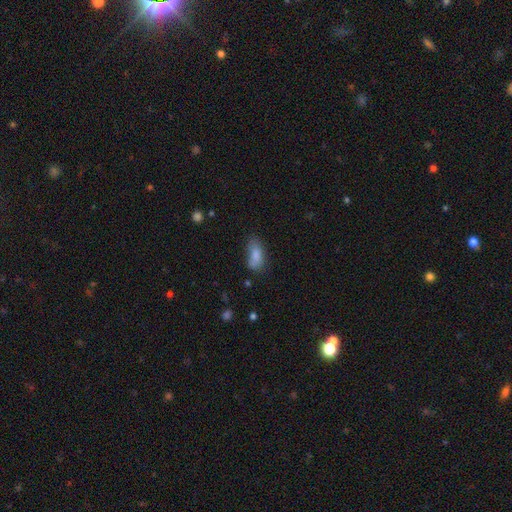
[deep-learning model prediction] smooth 81%, featured or disk 11%, star or artifact 9%. Down the decision tree: how rounded — in between (86%); merging — none (50%).